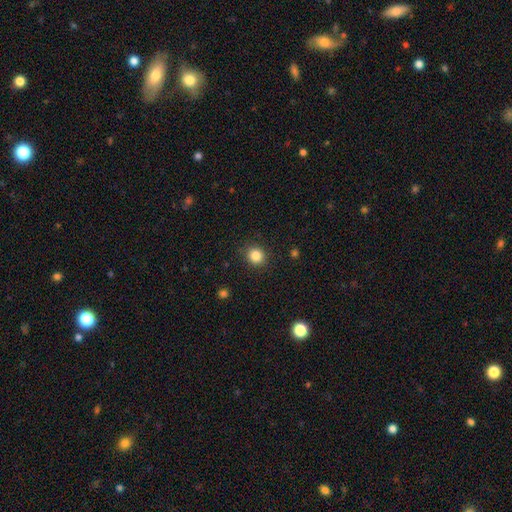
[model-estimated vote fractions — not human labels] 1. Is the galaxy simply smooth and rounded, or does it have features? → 84% smooth, 11% star or artifact, 5% featured or disk.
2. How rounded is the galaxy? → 84% round, 15% in between, 1% cigar-shaped.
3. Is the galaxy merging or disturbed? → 90% none, 7% minor disturbance, 2% major disturbance, 1% merger.